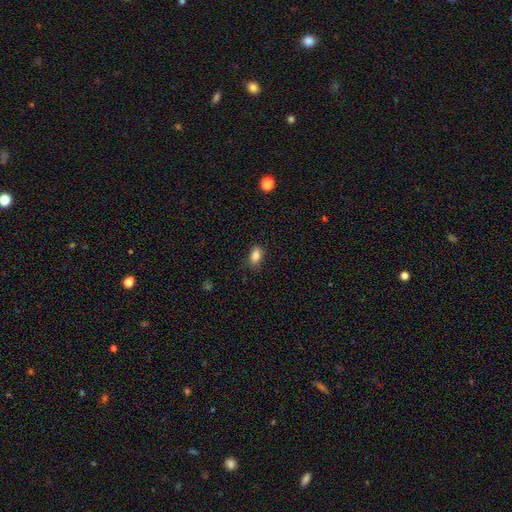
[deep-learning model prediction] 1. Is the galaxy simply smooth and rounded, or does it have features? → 84% smooth, 9% star or artifact, 7% featured or disk.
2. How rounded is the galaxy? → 86% in between, 11% round, 3% cigar-shaped.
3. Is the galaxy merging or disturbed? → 84% none, 12% minor disturbance, 2% major disturbance, 1% merger.